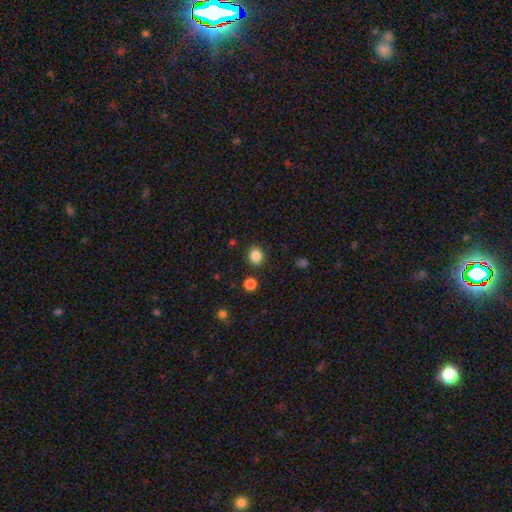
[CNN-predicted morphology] type=smooth (85%); roundness=round (74%); merging=none (88%).